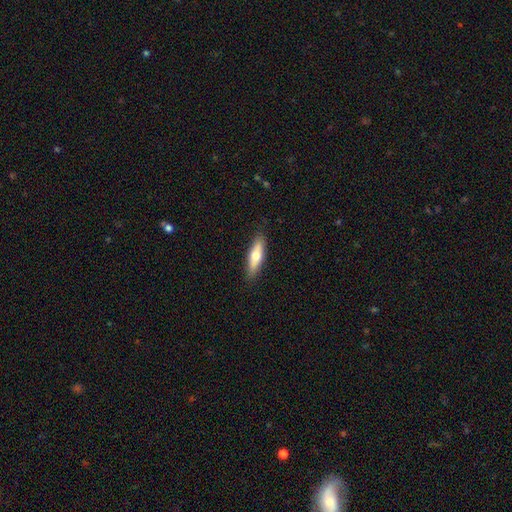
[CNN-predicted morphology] smooth_or_featured: smooth (p=0.63) [alt: featured or disk p=0.31]
how_rounded: cigar-shaped (p=0.57) [alt: in between p=0.41]
merging: none (p=0.87) [alt: minor disturbance p=0.10]